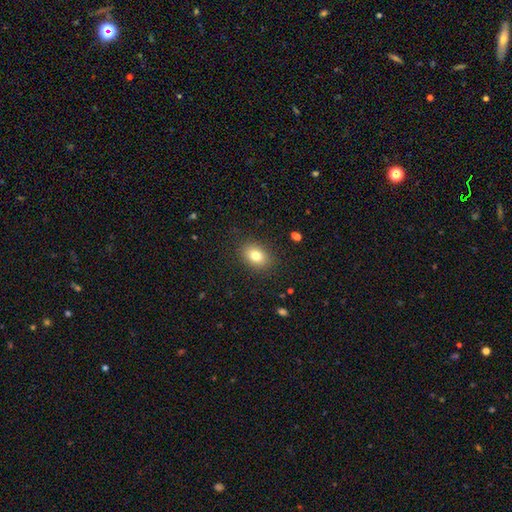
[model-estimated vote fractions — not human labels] A smooth galaxy with no disk features (81%) that is in between round and cigar-shaped (71%).

Vote fractions:
- Smooth or featured? smooth: 81% / star or artifact: 10% / featured or disk: 9%
- How rounded? in between: 71% / round: 28% / cigar-shaped: 1%
- Merging? none: 87% / minor disturbance: 9% / major disturbance: 3% / merger: 1%